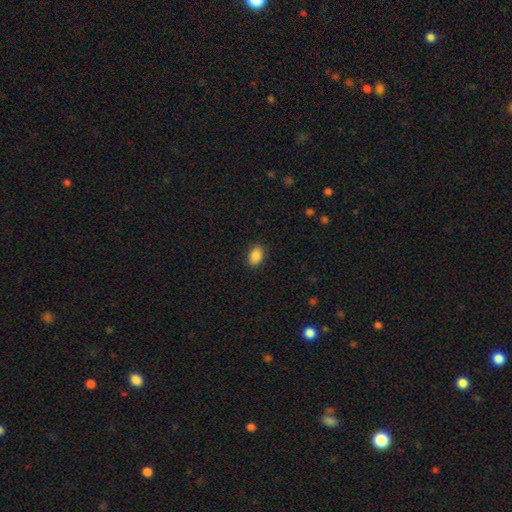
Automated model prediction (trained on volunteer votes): Smooth or featured: smooth — 88% (star or artifact — 8%)
How rounded: in between — 84% (round — 14%)
Merging: none — 87% (minor disturbance — 10%)